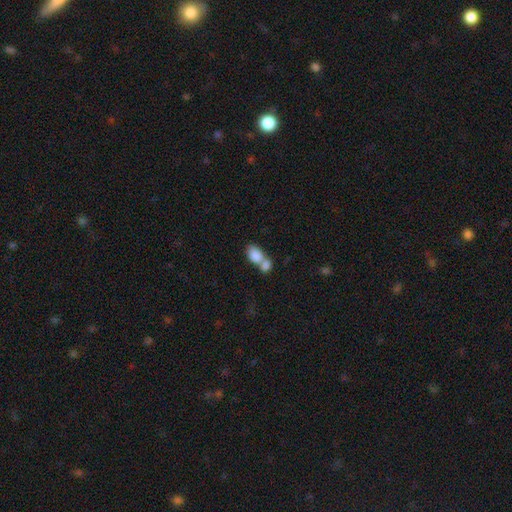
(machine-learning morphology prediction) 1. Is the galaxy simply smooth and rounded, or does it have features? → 84% smooth, 9% featured or disk, 7% star or artifact.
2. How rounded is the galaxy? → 87% in between, 11% round, 2% cigar-shaped.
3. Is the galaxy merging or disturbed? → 65% merger, 24% none, 7% minor disturbance, 4% major disturbance.